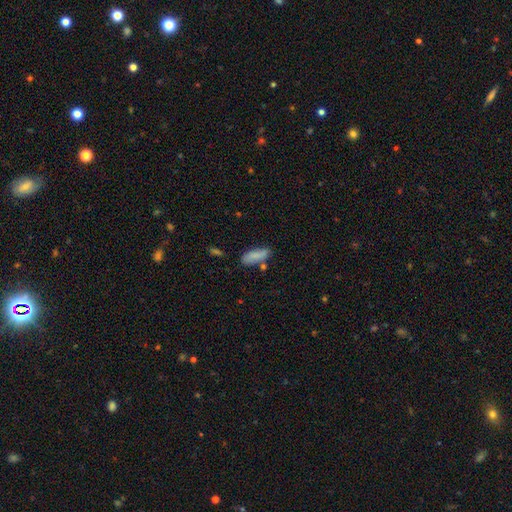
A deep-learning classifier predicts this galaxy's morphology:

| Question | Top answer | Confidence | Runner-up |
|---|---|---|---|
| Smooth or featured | smooth | 79% | featured or disk (14%) |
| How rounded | in between | 69% | cigar-shaped (29%) |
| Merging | none | 70% | minor disturbance (18%) |